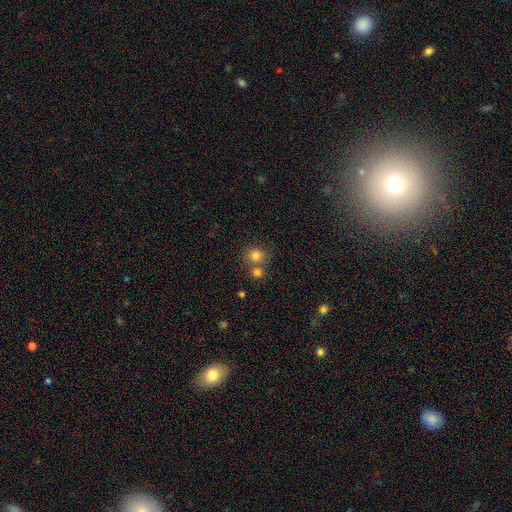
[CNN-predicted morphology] Smooth or featured? smooth (79%)
How rounded? round (86%)
Merging? none (57%)